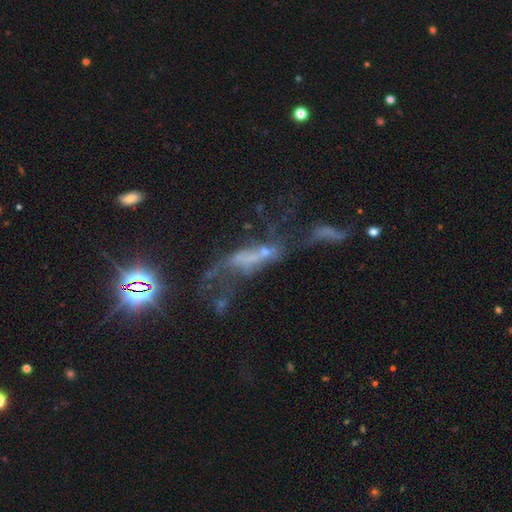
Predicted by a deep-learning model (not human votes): smooth-or-featured: featured or disk: 47% | star or artifact: 32% | smooth: 22%
  merging: merger: 38% | major disturbance: 33% | none: 19% | minor disturbance: 10%